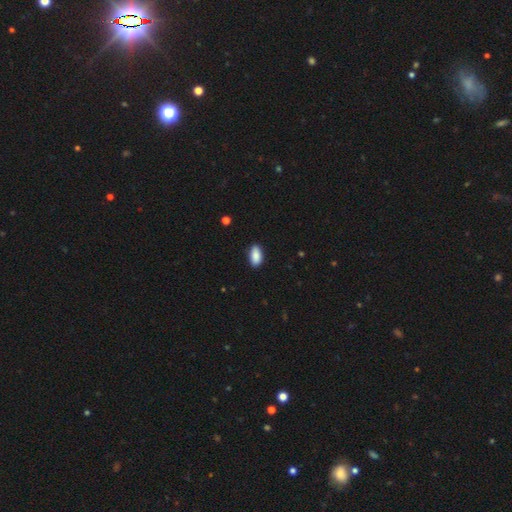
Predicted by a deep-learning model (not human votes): Morphology: type=smooth (89%); roundness=in between (92%); merging=none (87%).